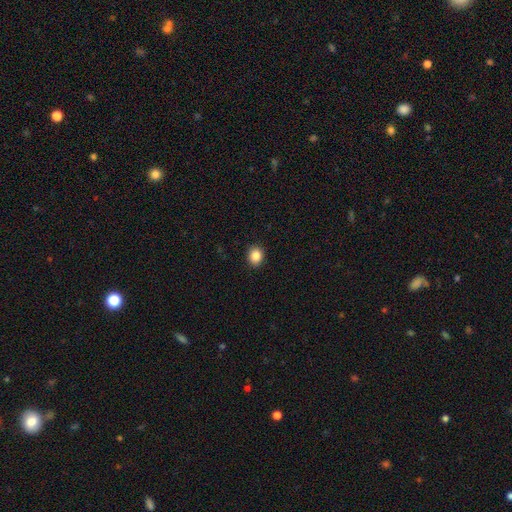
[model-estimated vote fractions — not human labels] A smooth galaxy with no disk features (87%) that is round (59%).

Vote fractions:
- Smooth or featured? smooth: 87% / star or artifact: 9% / featured or disk: 4%
- How rounded? round: 59% / in between: 40% / cigar-shaped: 1%
- Merging? none: 91% / minor disturbance: 6% / major disturbance: 2% / merger: 1%